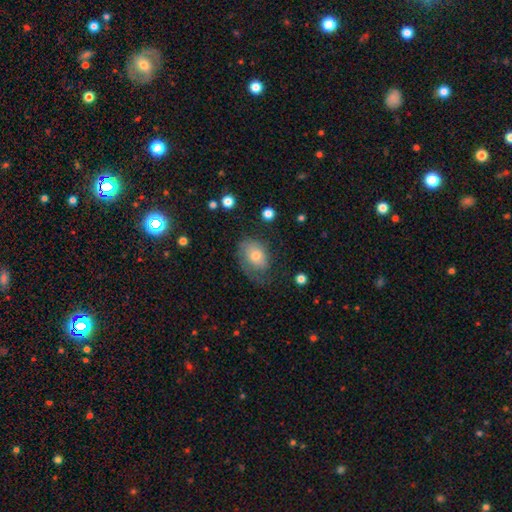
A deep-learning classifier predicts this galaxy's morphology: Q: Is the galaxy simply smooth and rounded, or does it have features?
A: smooth — 60%.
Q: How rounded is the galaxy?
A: in between — 76%.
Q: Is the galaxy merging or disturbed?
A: none — 44%.